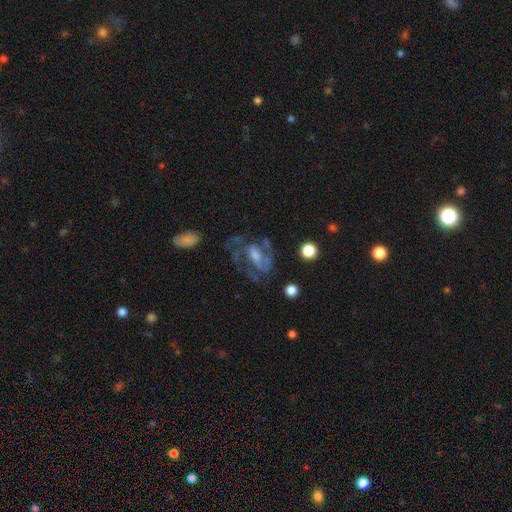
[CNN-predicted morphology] This appears to be a featured or disk galaxy (76%) with a weak bar (41%), 2 (52%) medium (49%) spiral arms (81%) and a moderate central bulge (39%). Merging: none (53%).